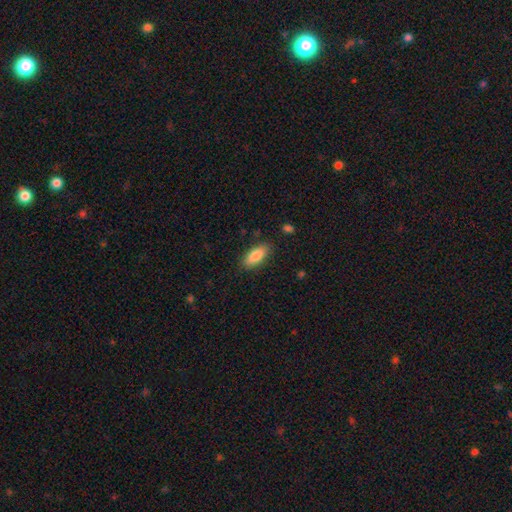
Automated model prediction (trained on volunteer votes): The model was most divided on "how rounded": in between: 79%, cigar-shaped: 19%, round: 2%. More confident: merging — none (86%); smooth or featured — smooth (84%).